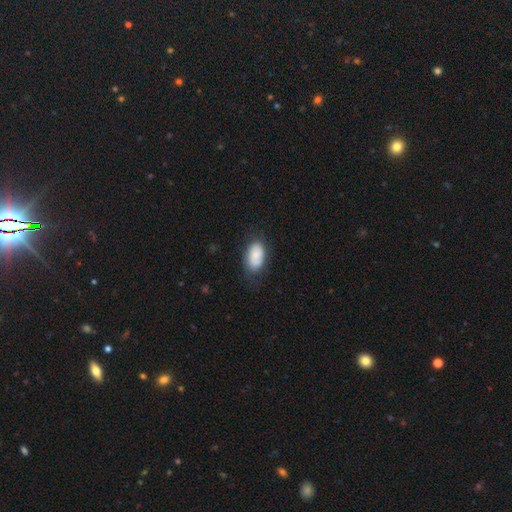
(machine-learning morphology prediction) smooth_or_featured: smooth (p=0.75) [alt: featured or disk p=0.18]
how_rounded: in between (p=0.92) [alt: round p=0.06]
merging: none (p=0.69) [alt: minor disturbance p=0.22]